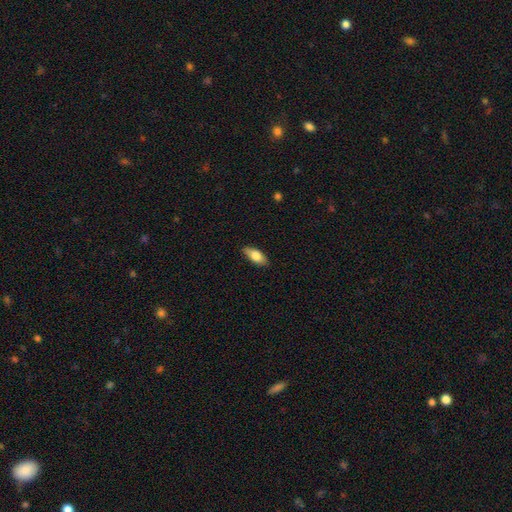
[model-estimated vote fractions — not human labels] This appears to be a smooth galaxy with no disk features (78%) that is in between round and cigar-shaped (86%). Merging: none (84%).